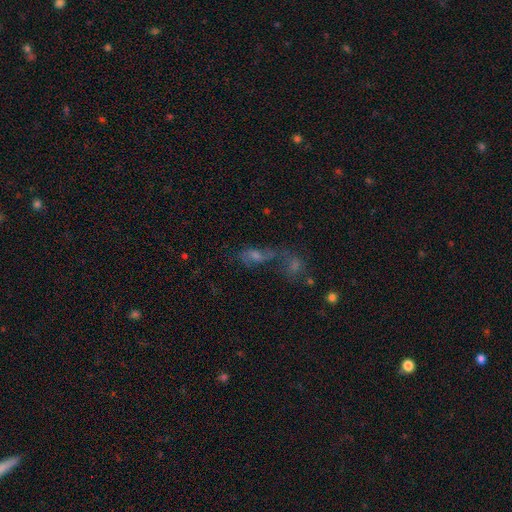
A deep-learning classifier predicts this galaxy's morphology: A smooth galaxy with no disk features (37%).

Vote fractions:
- Smooth or featured? smooth: 37% / featured or disk: 34% / star or artifact: 29%
- Merging? merger: 52% / none: 25% / major disturbance: 13% / minor disturbance: 10%